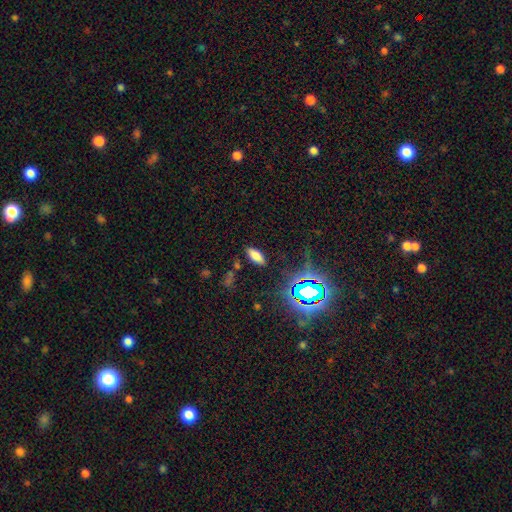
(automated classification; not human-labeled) A smooth galaxy with no disk features (71%) that is in between round and cigar-shaped (85%).

Vote fractions:
- Smooth or featured? smooth: 71% / star or artifact: 20% / featured or disk: 9%
- How rounded? in between: 85% / cigar-shaped: 12% / round: 3%
- Merging? none: 86% / minor disturbance: 9% / major disturbance: 3% / merger: 2%